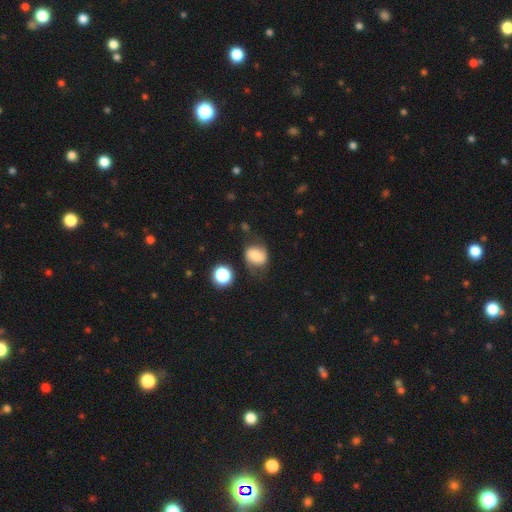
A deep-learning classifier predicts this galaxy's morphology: smooth_or_featured: smooth (p=0.57) [alt: featured or disk p=0.30]
how_rounded: round (p=0.50) [alt: in between p=0.49]
merging: none (p=0.57) [alt: minor disturbance p=0.26]